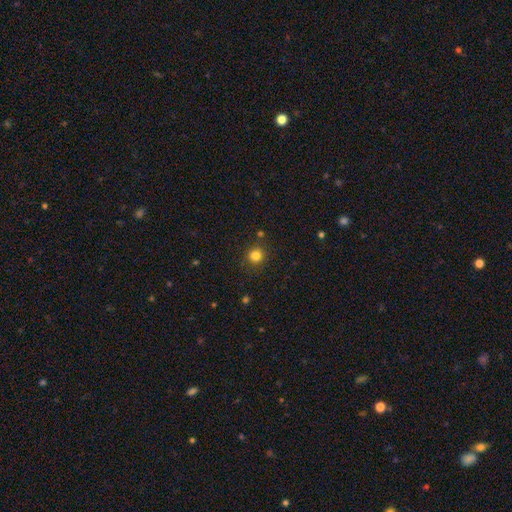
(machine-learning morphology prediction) A smooth galaxy with no disk features (82%) that is round (92%).

Vote fractions:
- Smooth or featured? smooth: 82% / star or artifact: 13% / featured or disk: 5%
- How rounded? round: 92% / in between: 7% / cigar-shaped: 1%
- Merging? none: 87% / minor disturbance: 8% / major disturbance: 3% / merger: 3%